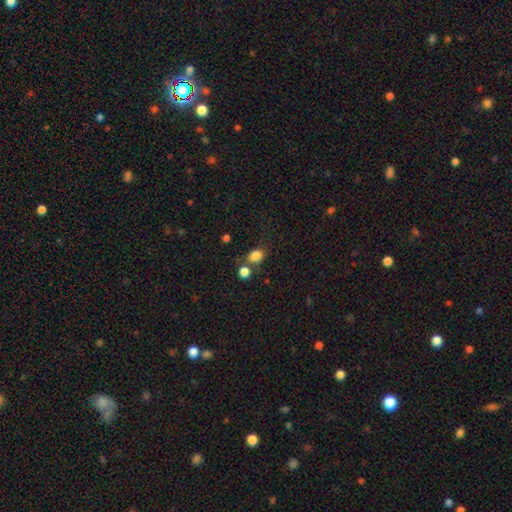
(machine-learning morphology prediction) smooth_or_featured: smooth (p=0.82) [alt: star or artifact p=0.12]
how_rounded: round (p=0.53) [alt: in between p=0.46]
merging: none (p=0.58) [alt: merger p=0.22]